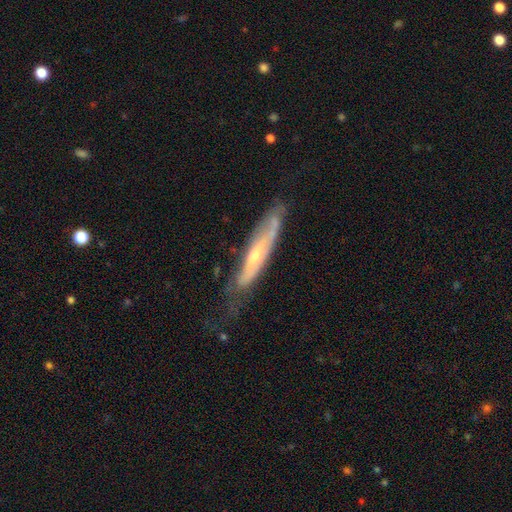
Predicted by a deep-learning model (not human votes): Smooth or featured: featured or disk — 62% (smooth — 32%)
Edge-on disk: yes — 59% (no — 41%)
Merging: none — 50% (minor disturbance — 31%)